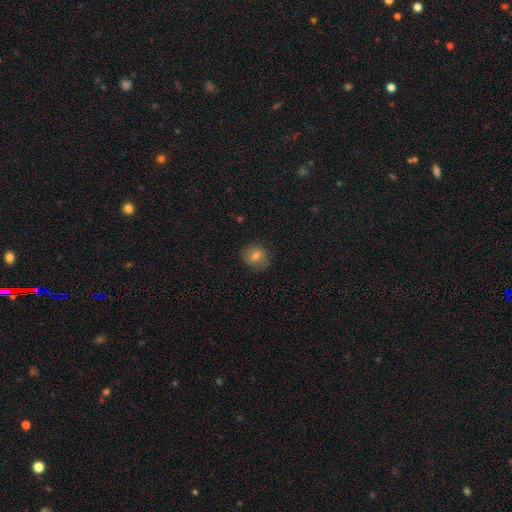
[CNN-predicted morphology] Smooth or featured? smooth (65%)
How rounded? round (75%)
Merging? none (83%)